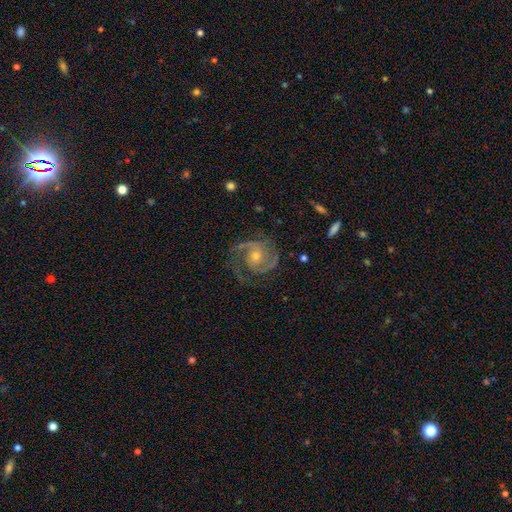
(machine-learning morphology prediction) smooth_or_featured: featured or disk (p=0.88) [alt: smooth p=0.06]
disk_edge_on: no (p=0.98) [alt: yes p=0.02]
bar: no (p=0.66) [alt: weak p=0.28]
has_spiral_arms: yes (p=0.97) [alt: no p=0.03]
spiral_winding: medium (p=0.51) [alt: tight p=0.35]
spiral_arm_count: 2 (p=0.67) [alt: 3 p=0.13]
bulge_size: small (p=0.51) [alt: moderate p=0.45]
merging: none (p=0.68) [alt: minor disturbance p=0.17]